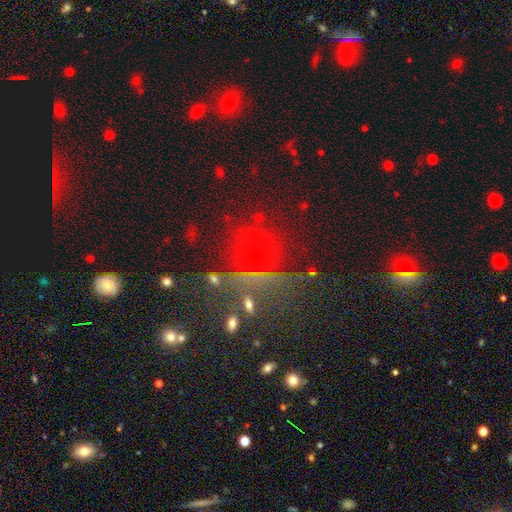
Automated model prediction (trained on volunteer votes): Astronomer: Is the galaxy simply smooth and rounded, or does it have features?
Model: smooth — 44% (runner-up: star or artifact, 40%).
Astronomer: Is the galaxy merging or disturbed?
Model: none — 69%.